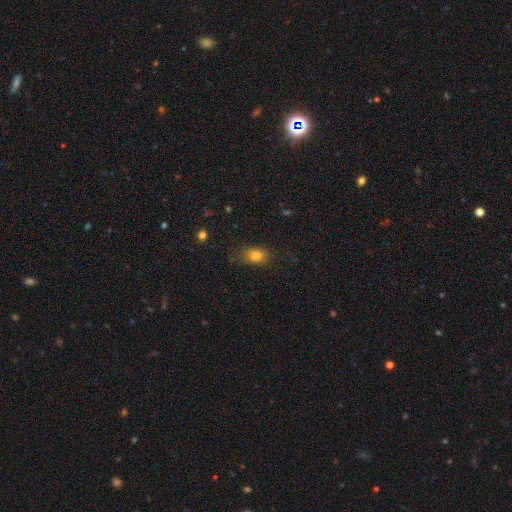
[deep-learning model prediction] A smooth galaxy with no disk features (80%) that is in between round and cigar-shaped (69%).

Vote fractions:
- Smooth or featured? smooth: 80% / star or artifact: 11% / featured or disk: 9%
- How rounded? in between: 69% / round: 28% / cigar-shaped: 3%
- Merging? none: 69% / minor disturbance: 22% / major disturbance: 8% / merger: 1%